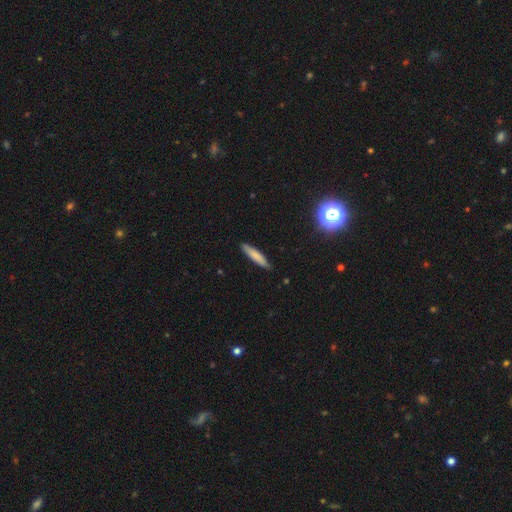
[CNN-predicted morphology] This is likely a smooth galaxy (76%). How rounded: clearly cigar-shaped (88%). Merging: clearly none (87%).